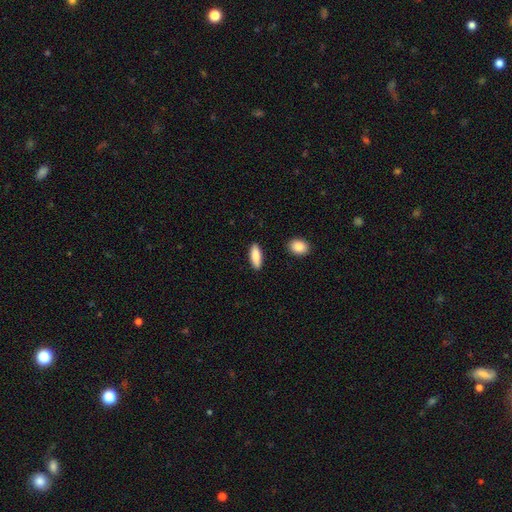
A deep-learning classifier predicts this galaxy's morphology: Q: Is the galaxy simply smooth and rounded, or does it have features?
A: smooth — 87%.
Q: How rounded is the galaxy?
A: in between — 65%.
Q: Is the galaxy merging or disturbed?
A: none — 88%.